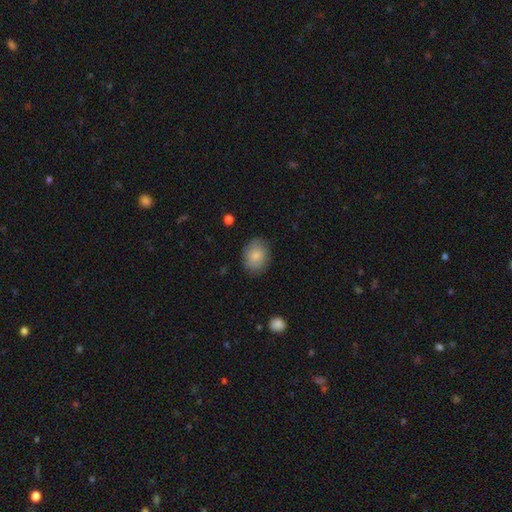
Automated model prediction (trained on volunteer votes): smooth-or-featured: smooth: 81% | featured or disk: 12% | star or artifact: 7%
  how-rounded: in between: 60% | round: 39% | cigar-shaped: 1%
  merging: none: 81% | minor disturbance: 14% | major disturbance: 4% | merger: 1%